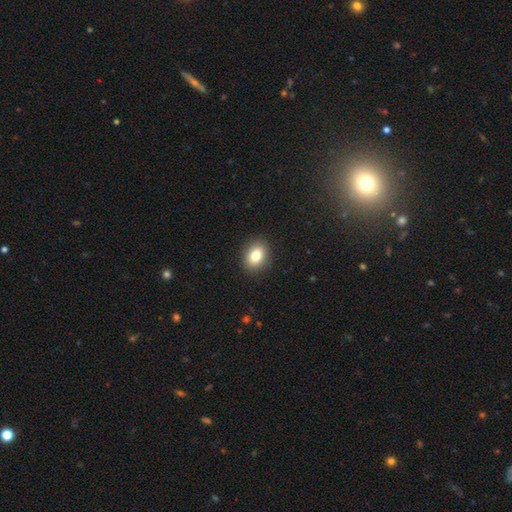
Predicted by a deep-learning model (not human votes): The model was most divided on "how rounded": in between: 62%, round: 37%, cigar-shaped: 1%. More confident: merging — none (90%); smooth or featured — smooth (81%).